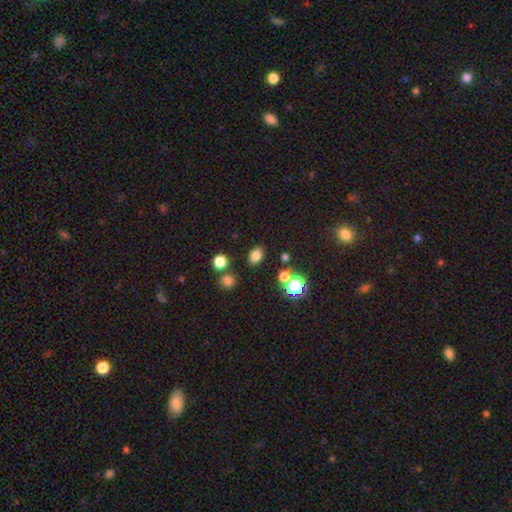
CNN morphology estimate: smooth-or-featured: smooth: 78% | star or artifact: 16% | featured or disk: 6%
  how-rounded: in between: 68% | round: 30% | cigar-shaped: 1%
  merging: none: 81% | minor disturbance: 10% | merger: 5% | major disturbance: 3%